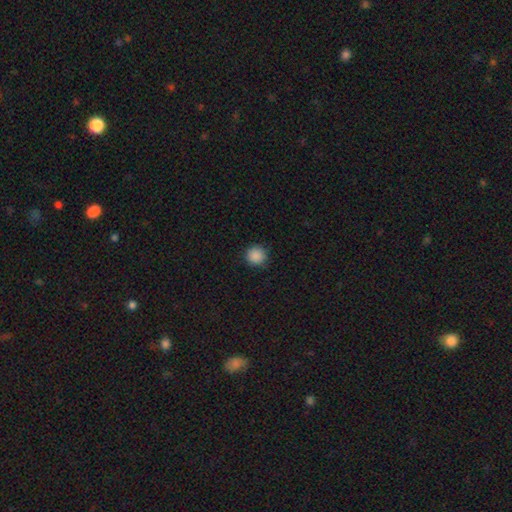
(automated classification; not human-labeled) smooth 88%, star or artifact 9%, featured or disk 2%. Down the decision tree: how rounded — round (95%); merging — none (90%).